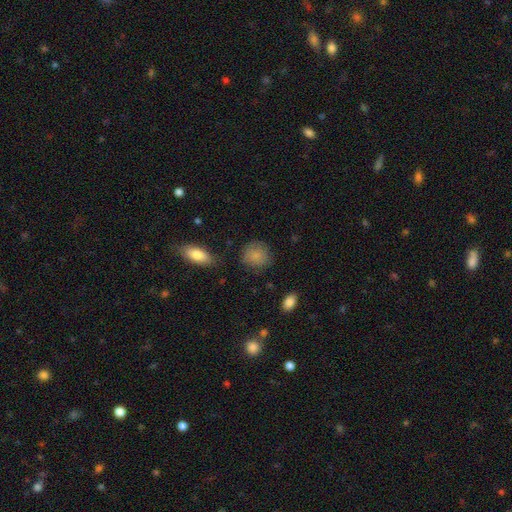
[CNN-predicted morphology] Smooth or featured: smooth — 83% (star or artifact — 8%)
How rounded: round — 82% (in between — 17%)
Merging: none — 78% (minor disturbance — 15%)